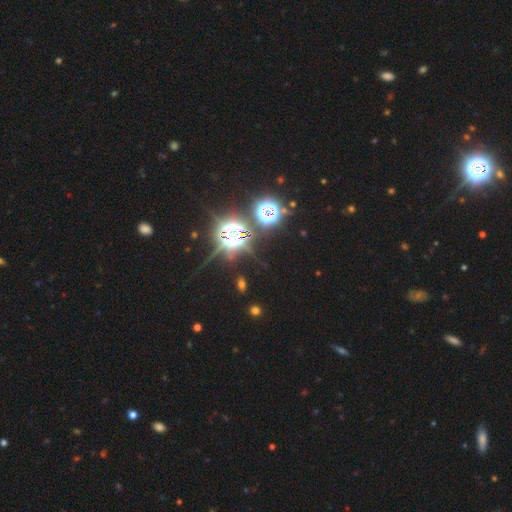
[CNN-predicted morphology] Overall: star or artifact (81%).